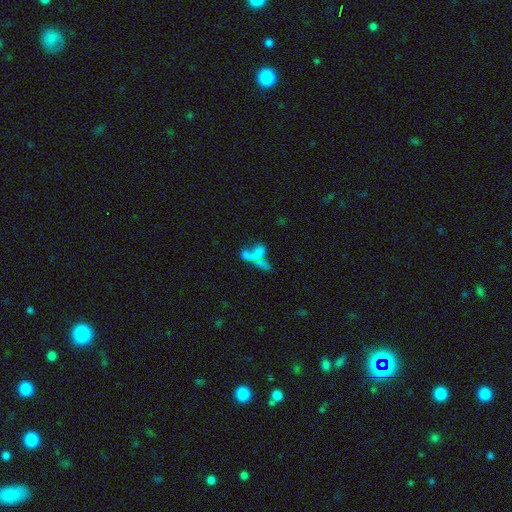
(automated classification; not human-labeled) Overall: smooth (53%; featured or disk 28%). How rounded: in between (59%; cigar-shaped 25%). Merging: merger (56%; none 22%).